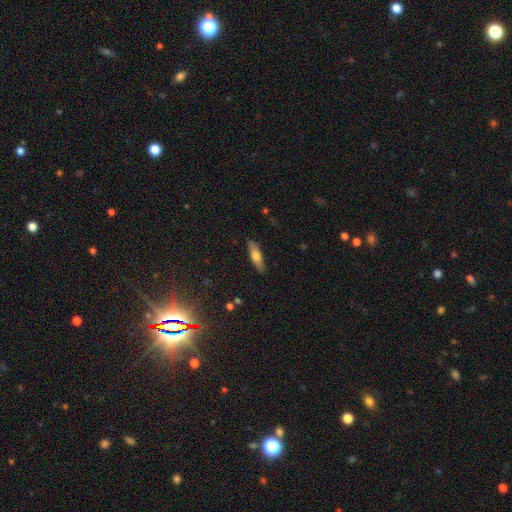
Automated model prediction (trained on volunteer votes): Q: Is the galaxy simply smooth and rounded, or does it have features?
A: smooth — 61%.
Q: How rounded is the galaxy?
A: cigar-shaped — 61%.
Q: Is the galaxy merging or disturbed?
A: none — 87%.